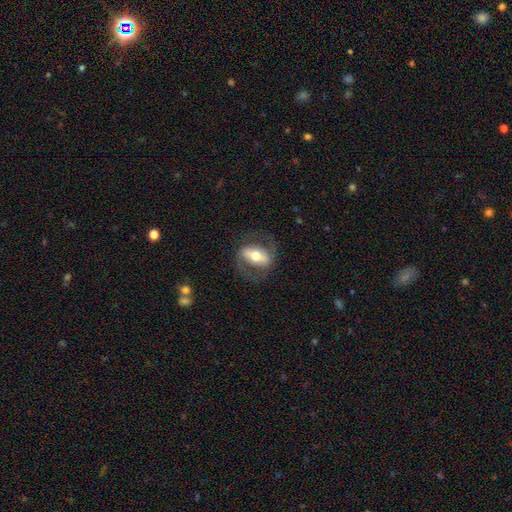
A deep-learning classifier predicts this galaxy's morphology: A featured or disk galaxy (69%) with a strong bar (56%), spiral arms (74%) and a moderate central bulge (66%). Merging: none (72%).